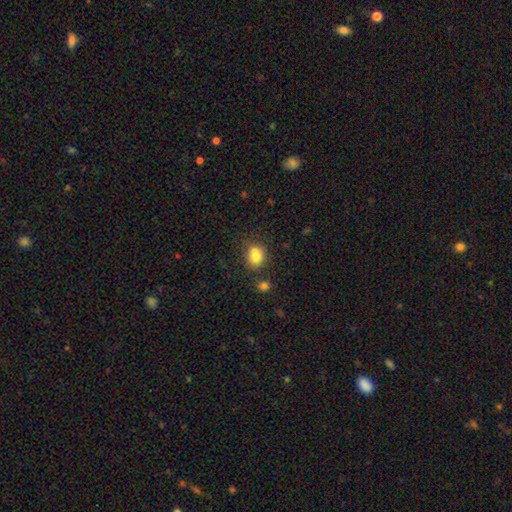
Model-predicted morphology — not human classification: smooth_or_featured: smooth (p=0.78) [alt: featured or disk p=0.11]
how_rounded: round (p=0.59) [alt: in between p=0.40]
merging: none (p=0.55) [alt: merger p=0.24]